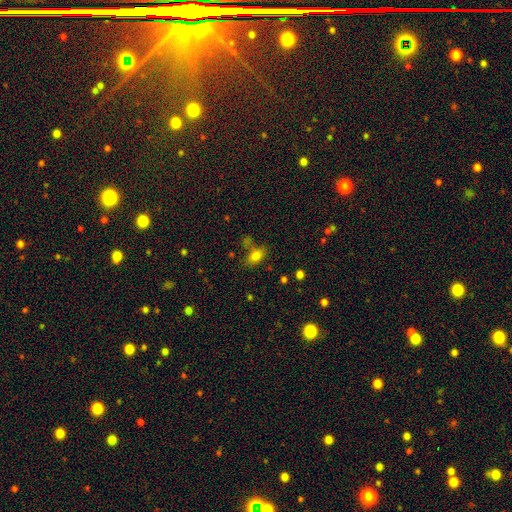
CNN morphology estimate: Smooth or featured: smooth — 76% (star or artifact — 13%)
How rounded: in between — 80% (round — 16%)
Merging: none — 61% (minor disturbance — 16%)